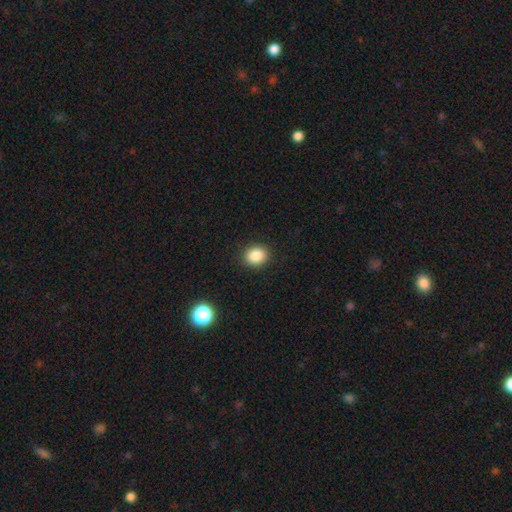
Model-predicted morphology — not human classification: This is clearly a smooth galaxy (86%). How rounded: likely round (67%). Merging: clearly none (91%).